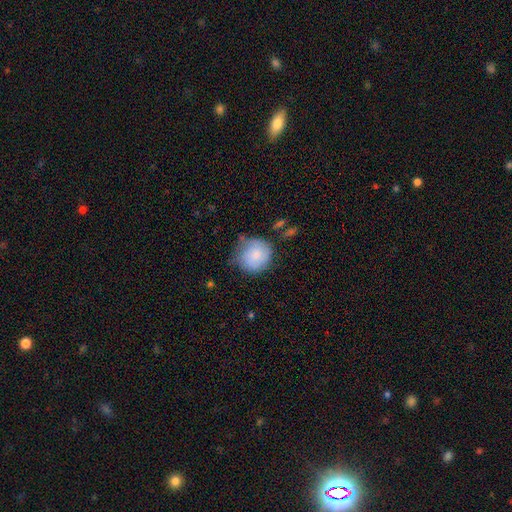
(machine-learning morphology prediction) type=smooth (78%); roundness=round (88%); merging=none (57%).